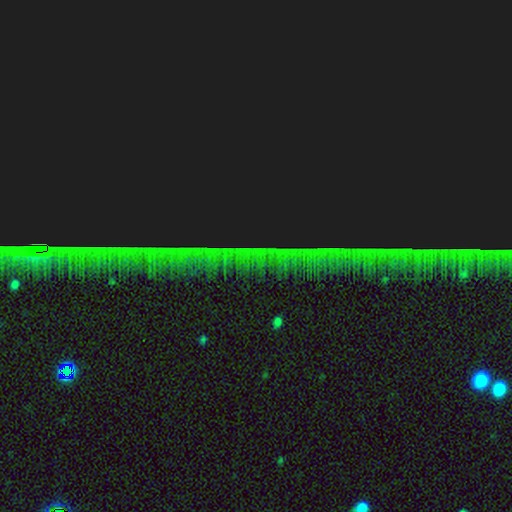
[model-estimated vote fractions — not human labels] The model was most divided on "smooth or featured": star or artifact: 87%, featured or disk: 7%, smooth: 6%.